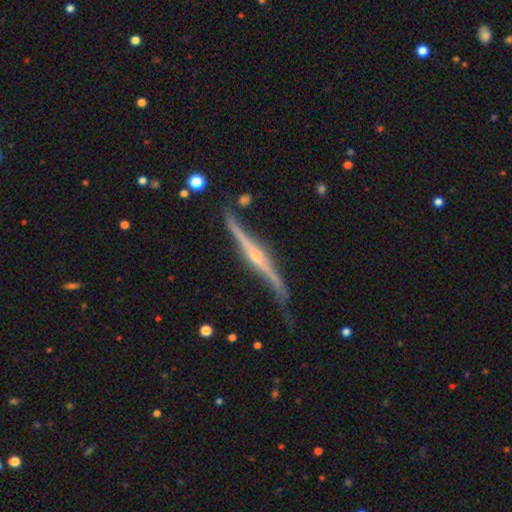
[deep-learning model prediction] Smooth or featured? Predicted: featured or disk (p=0.87). Edge-on disk? Predicted: yes (p=0.92). Edge-on bulge? Predicted: rounded (p=0.85). Merging? Predicted: none (p=0.66).